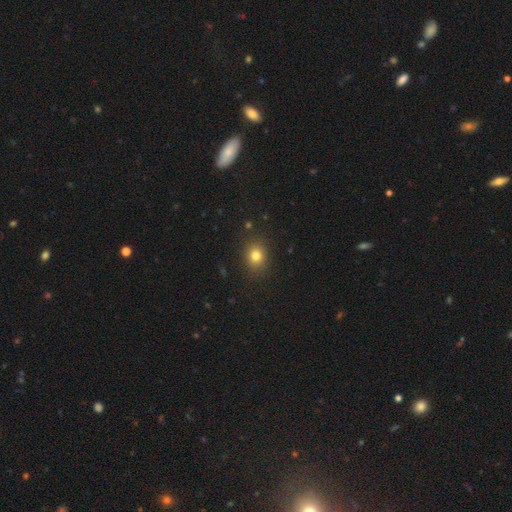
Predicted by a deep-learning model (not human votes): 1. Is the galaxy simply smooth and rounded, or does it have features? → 80% smooth, 13% star or artifact, 7% featured or disk.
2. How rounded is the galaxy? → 61% round, 38% in between, 1% cigar-shaped.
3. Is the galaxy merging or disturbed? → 87% none, 9% minor disturbance, 3% major disturbance, 1% merger.